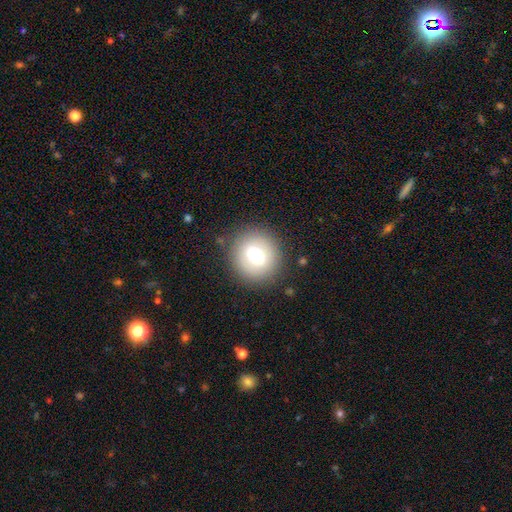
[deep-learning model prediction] smooth_or_featured: smooth (p=0.62) [alt: featured or disk p=0.25]
how_rounded: round (p=0.82) [alt: in between p=0.17]
merging: none (p=0.82) [alt: minor disturbance p=0.10]